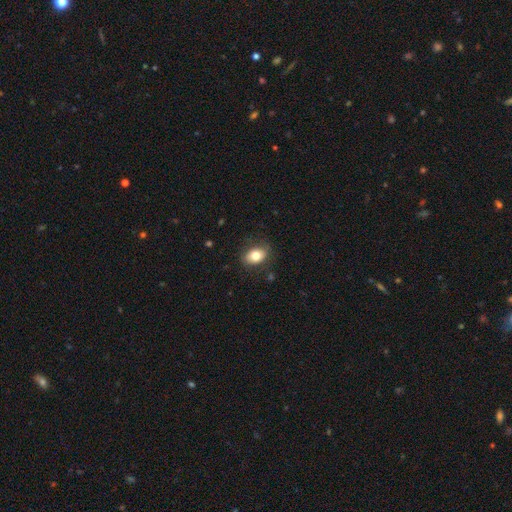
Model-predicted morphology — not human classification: Overall: smooth (81%). How rounded: in between (77%). Merging: none (81%).